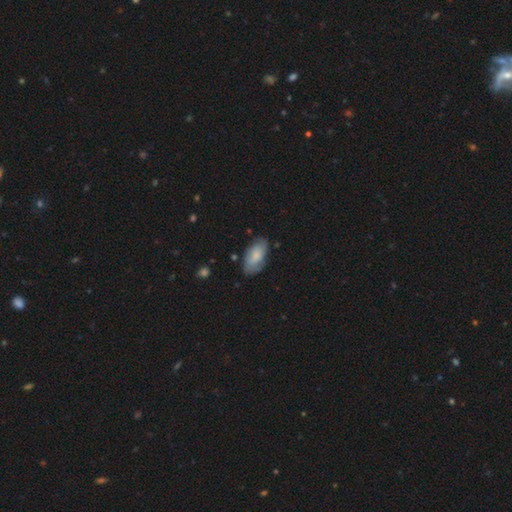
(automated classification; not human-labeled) Smooth or featured? Predicted: smooth (p=0.73). How rounded? Predicted: in between (p=0.93). Merging? Predicted: none (p=0.70).